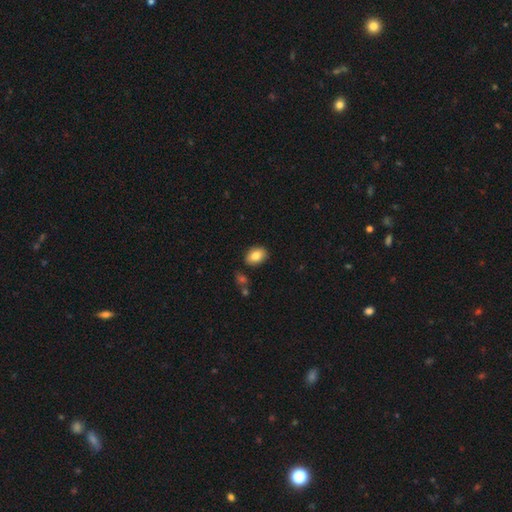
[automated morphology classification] Smooth or featured?
  - smooth: 84% *
  - featured or disk: 8%
  - star or artifact: 8%
How rounded?
  - in between: 80% *
  - round: 19%
  - cigar-shaped: 1%
Merging?
  - none: 84% *
  - minor disturbance: 11%
  - merger: 3%
  - major disturbance: 2%